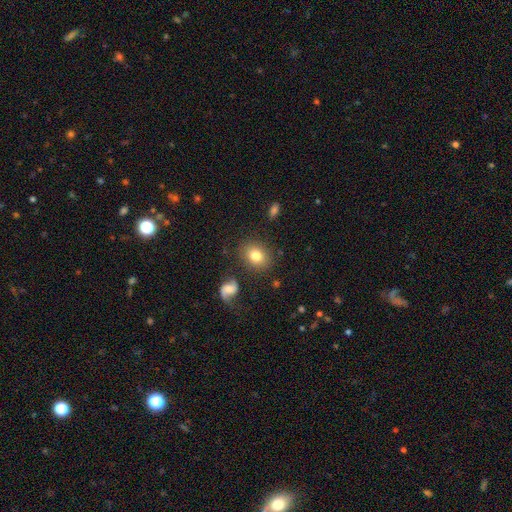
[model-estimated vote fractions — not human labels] Smooth or featured?
  - smooth: 77% *
  - featured or disk: 14%
  - star or artifact: 9%
How rounded?
  - round: 51% *
  - in between: 48%
  - cigar-shaped: 1%
Merging?
  - none: 83% *
  - minor disturbance: 11%
  - major disturbance: 4%
  - merger: 3%